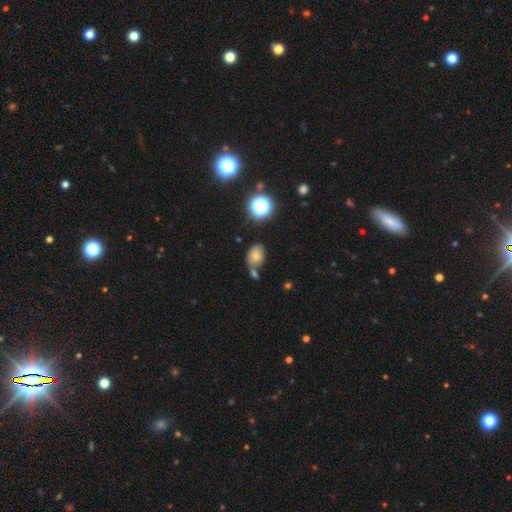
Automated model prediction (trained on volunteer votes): smooth 71%, star or artifact 17%, featured or disk 13%. Down the decision tree: how rounded — in between (69%); merging — none (51%).